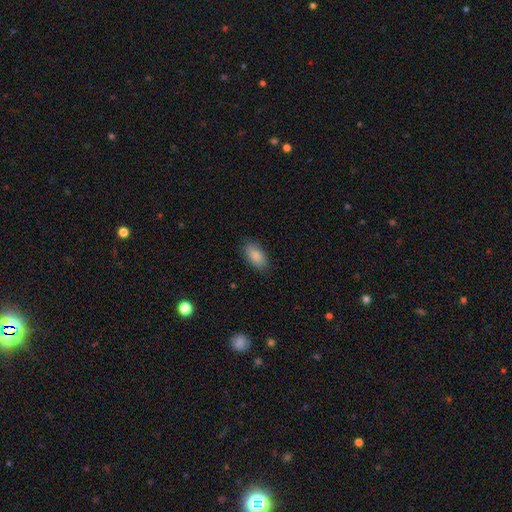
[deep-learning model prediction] smooth_or_featured: smooth (p=0.88) [alt: star or artifact p=0.07]
how_rounded: in between (p=0.93) [alt: cigar-shaped p=0.04]
merging: none (p=0.85) [alt: minor disturbance p=0.11]